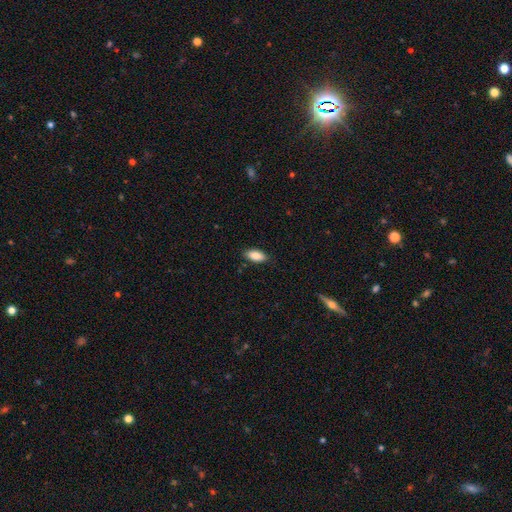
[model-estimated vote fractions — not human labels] Smooth or featured: smooth — 86% (star or artifact — 7%)
How rounded: in between — 90% (cigar-shaped — 8%)
Merging: none — 86% (minor disturbance — 11%)